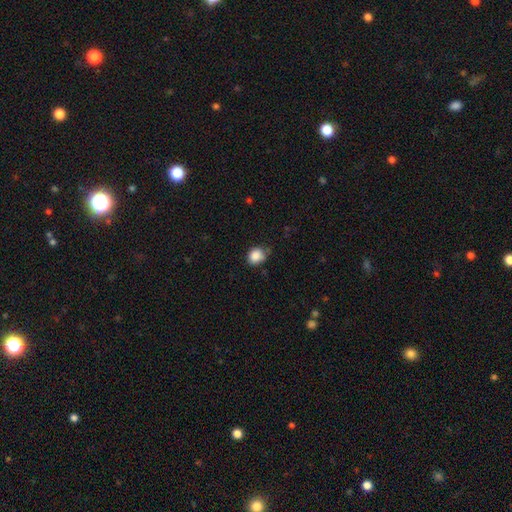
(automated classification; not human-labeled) A smooth galaxy with no disk features (87%) that is round (71%). Merging: none (68%).